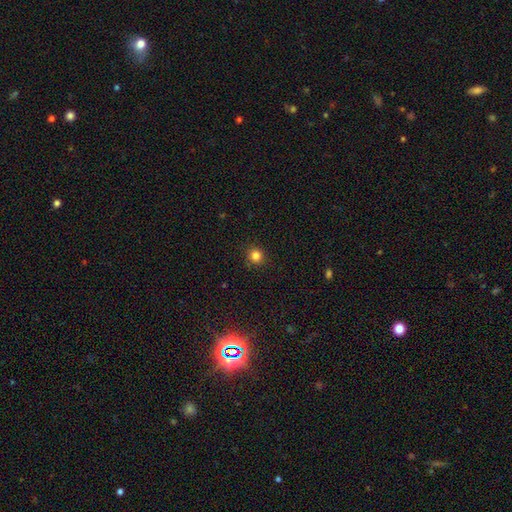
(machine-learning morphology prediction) smooth_or_featured: smooth (p=0.83) [alt: star or artifact p=0.13]
how_rounded: round (p=0.92) [alt: in between p=0.07]
merging: none (p=0.90) [alt: minor disturbance p=0.07]